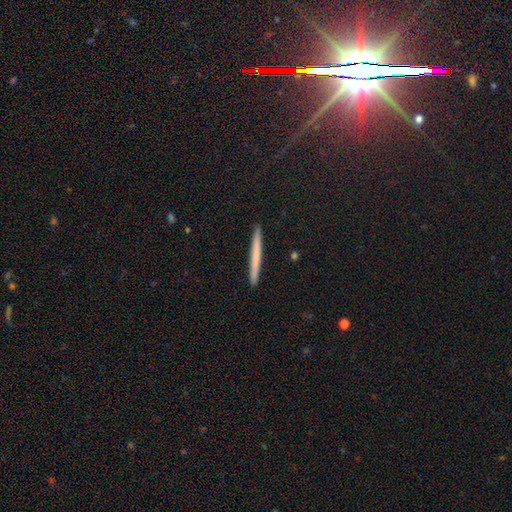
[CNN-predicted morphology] Smooth or featured?
  - smooth: 60% *
  - featured or disk: 32%
  - star or artifact: 8%
How rounded?
  - cigar-shaped: 97% *
  - in between: 2%
  - round: 1%
Merging?
  - none: 93% *
  - minor disturbance: 5%
  - major disturbance: 1%
  - merger: 1%